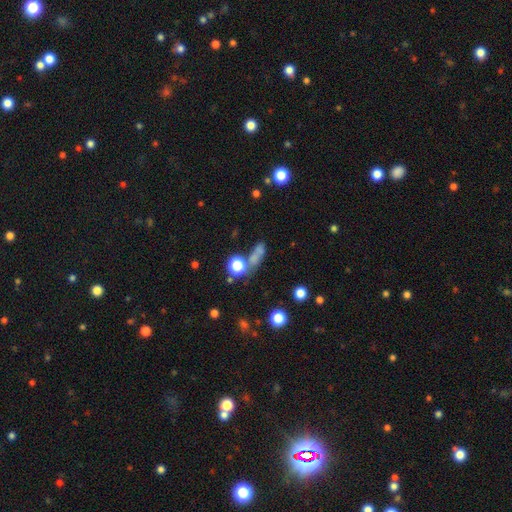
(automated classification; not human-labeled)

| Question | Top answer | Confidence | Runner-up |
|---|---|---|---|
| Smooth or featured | smooth | 63% | star or artifact (23%) |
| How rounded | in between | 44% | round (35%) |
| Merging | none | 44% | merger (29%) |